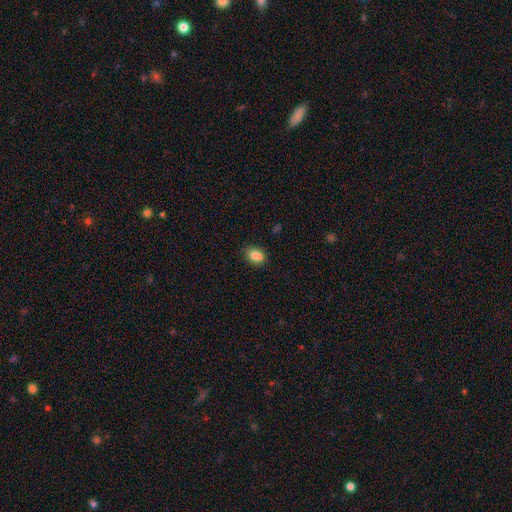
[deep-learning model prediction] Smooth or featured? smooth (84%)
How rounded? in between (75%)
Merging? none (67%)